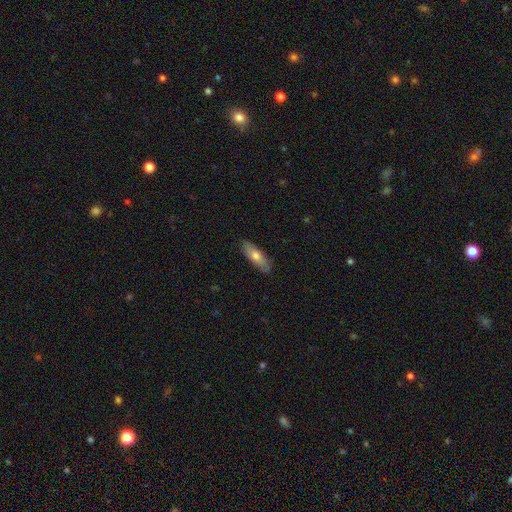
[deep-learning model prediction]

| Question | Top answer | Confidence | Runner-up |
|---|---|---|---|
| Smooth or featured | smooth | 66% | featured or disk (28%) |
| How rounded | cigar-shaped | 50% | in between (48%) |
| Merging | none | 87% | minor disturbance (10%) |